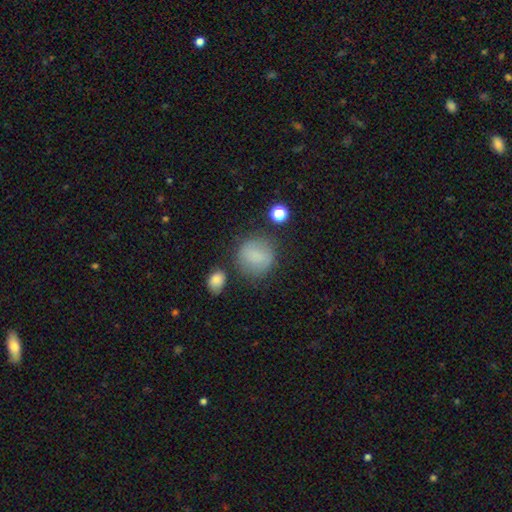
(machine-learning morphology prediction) Smooth or featured? Predicted: smooth (p=0.78). How rounded? Predicted: round (p=0.83). Merging? Predicted: none (p=0.73).